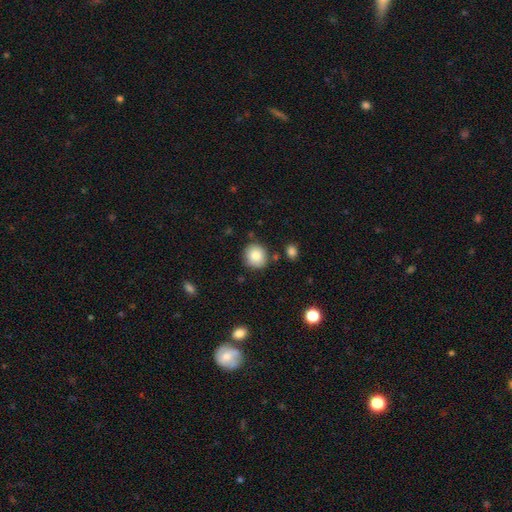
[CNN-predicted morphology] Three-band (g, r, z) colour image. It shows a smooth galaxy with no disk features (85%) that is round (87%). Merging: none (84%).